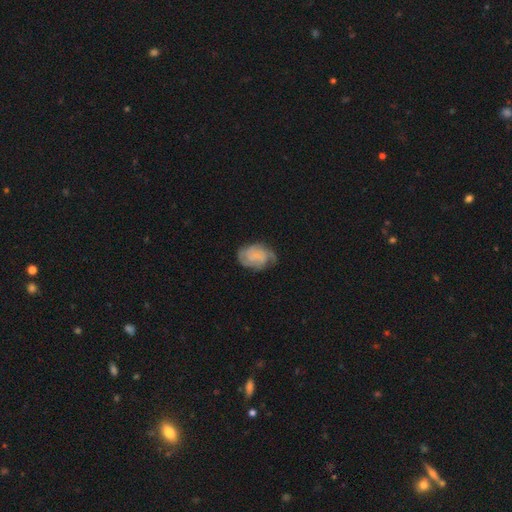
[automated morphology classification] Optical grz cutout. It shows a featured or disk galaxy (66%) with no bar (67%), can't tell (31%, tied with 2) tight (52%) spiral arms (90%) and no central bulge (50%). Merging: none (61%).